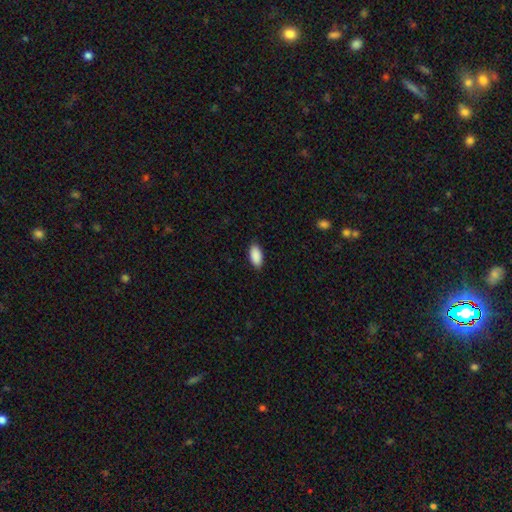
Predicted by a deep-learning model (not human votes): A smooth galaxy with no disk features (91%) that is in between round and cigar-shaped (93%). Merging: none (88%).